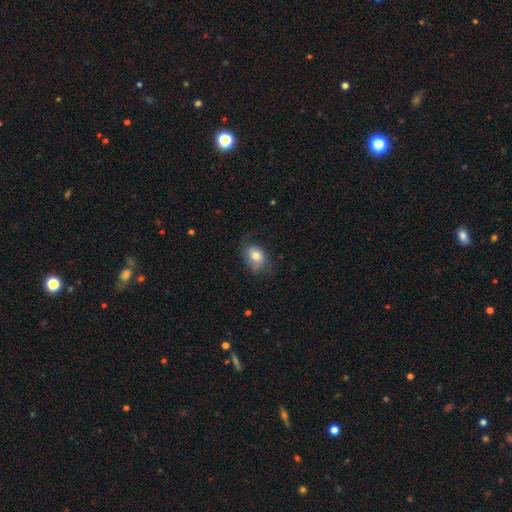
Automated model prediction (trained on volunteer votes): This appears to be a smooth galaxy with no disk features (77%) that is in between round and cigar-shaped (71%). Merging: none (57%).